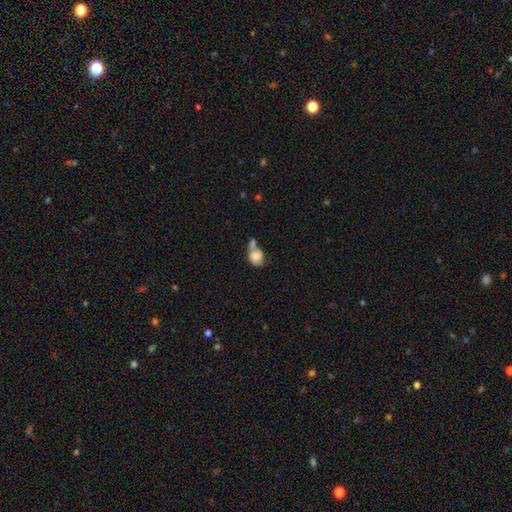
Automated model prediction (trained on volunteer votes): Overall: smooth (77%). How rounded: in between (53%; round 46%). Merging: merger (51%; none 24%).